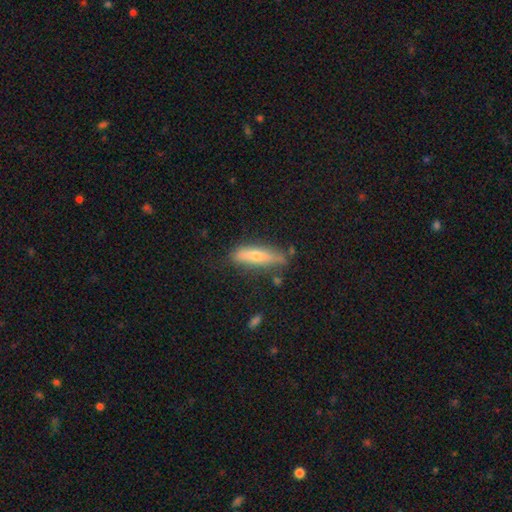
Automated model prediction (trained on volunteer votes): This appears to be a smooth galaxy with no disk features (61%) that is cigar-shaped (72%). Merging: none (69%).